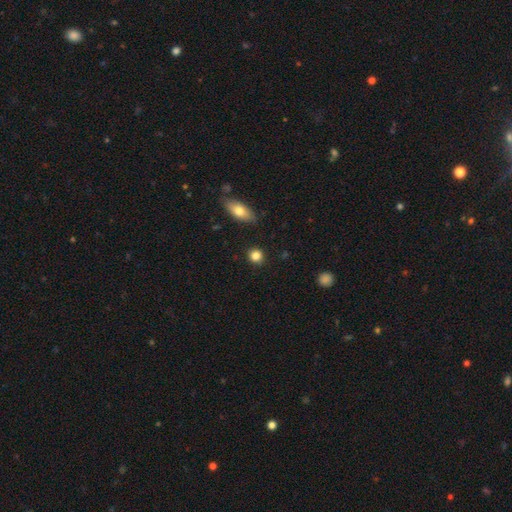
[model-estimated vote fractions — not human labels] Q: Smooth or featured?
A: smooth (85%); runner-up: star or artifact (10%)
Q: How rounded?
A: round (87%); runner-up: in between (12%)
Q: Merging?
A: none (88%); runner-up: minor disturbance (8%)